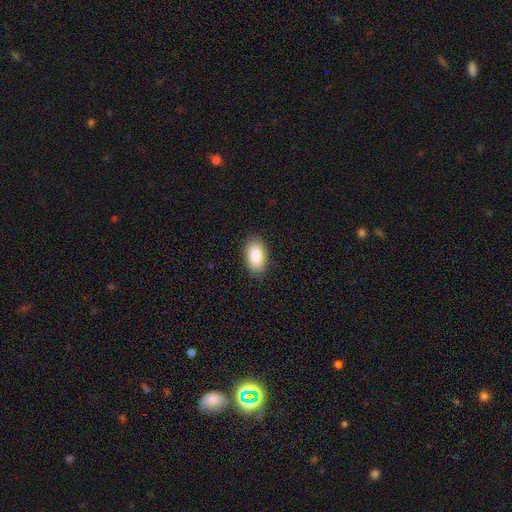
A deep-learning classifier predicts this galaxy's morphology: type=smooth (88%); roundness=in between (95%); merging=none (87%).